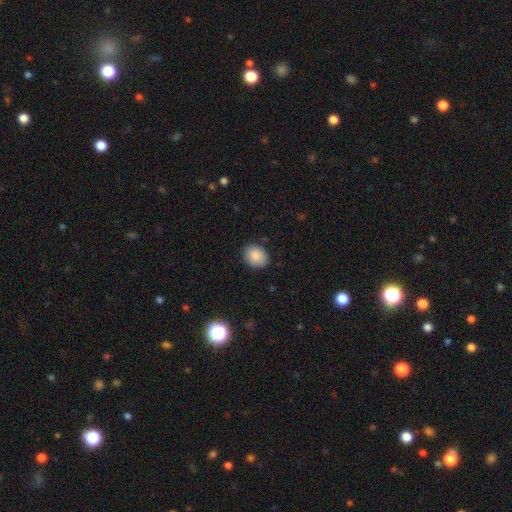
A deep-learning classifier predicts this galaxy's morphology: Smooth or featured?
  - smooth: 87% *
  - star or artifact: 8%
  - featured or disk: 5%
How rounded?
  - round: 50% *
  - in between: 49%
  - cigar-shaped: 1%
Merging?
  - none: 85% *
  - minor disturbance: 11%
  - major disturbance: 2%
  - merger: 1%